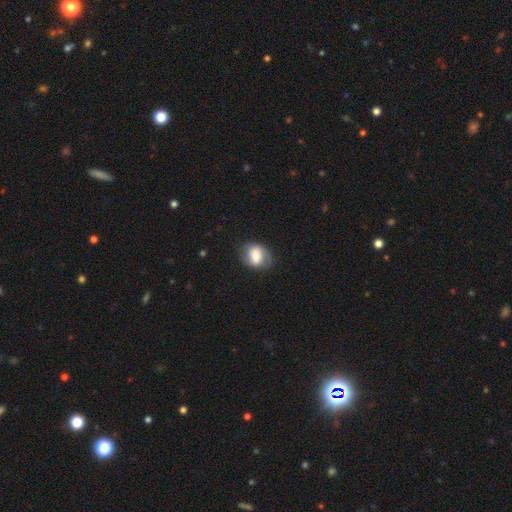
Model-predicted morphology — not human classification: smooth-or-featured: smooth: 66% | featured or disk: 26% | star or artifact: 8%
  how-rounded: in between: 64% | round: 34% | cigar-shaped: 1%
  merging: none: 69% | minor disturbance: 22% | major disturbance: 8% | merger: 1%